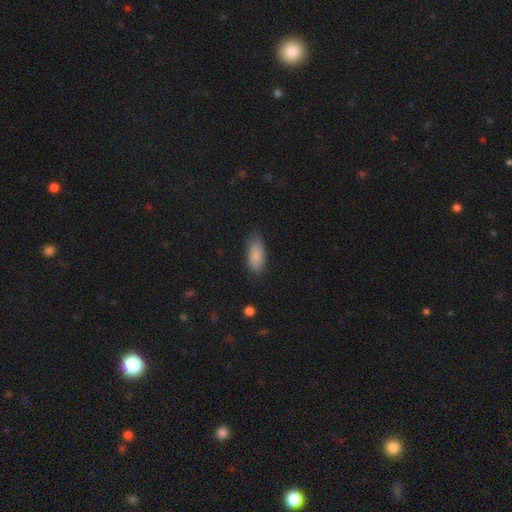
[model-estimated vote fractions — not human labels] This is clearly a smooth galaxy (86%). How rounded: clearly in between (86%). Merging: likely none (75%).